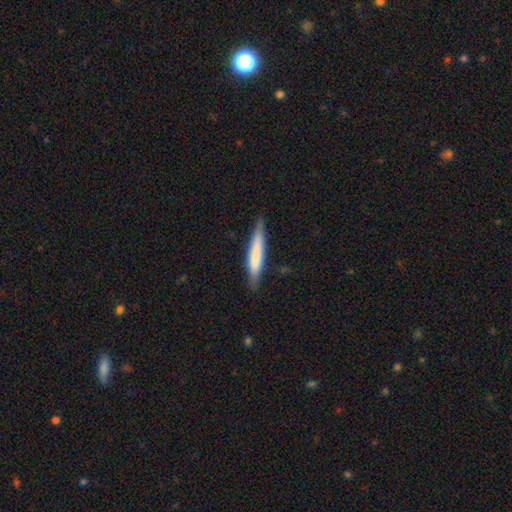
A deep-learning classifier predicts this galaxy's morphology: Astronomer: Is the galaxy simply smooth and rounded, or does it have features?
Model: smooth — 65%.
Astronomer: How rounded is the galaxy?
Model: cigar-shaped — 92%.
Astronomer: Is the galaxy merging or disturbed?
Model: none — 83%.